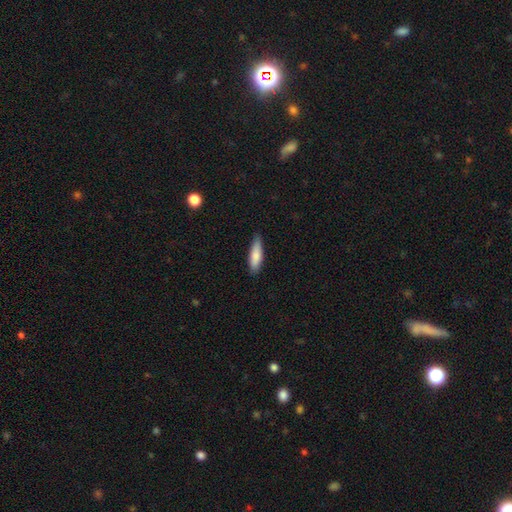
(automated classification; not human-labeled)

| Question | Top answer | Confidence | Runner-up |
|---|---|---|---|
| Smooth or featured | smooth | 81% | featured or disk (14%) |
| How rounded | cigar-shaped | 59% | in between (39%) |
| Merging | none | 81% | minor disturbance (16%) |